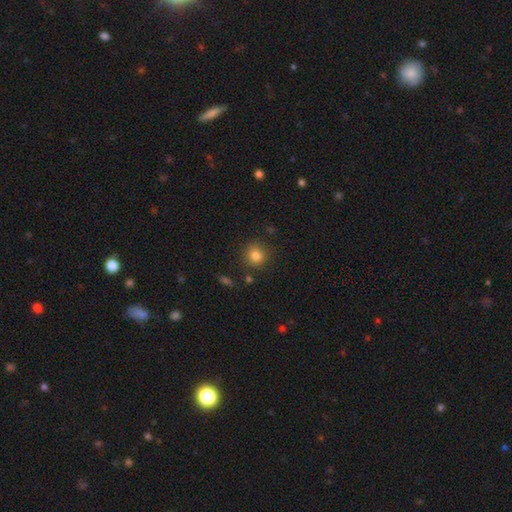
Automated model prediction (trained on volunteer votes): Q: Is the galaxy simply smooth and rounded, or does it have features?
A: smooth — 81%.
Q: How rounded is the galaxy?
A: round — 89%.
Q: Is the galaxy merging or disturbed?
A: none — 84%.